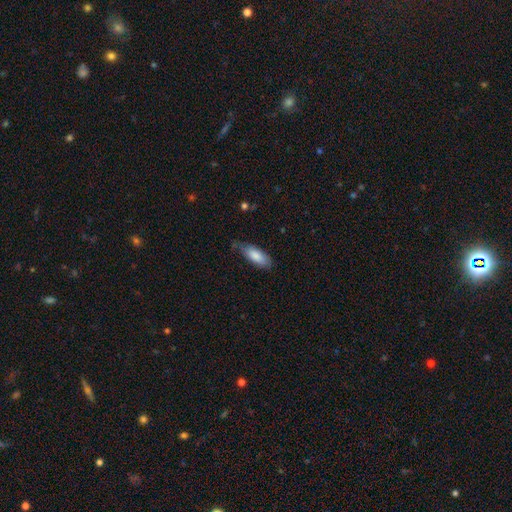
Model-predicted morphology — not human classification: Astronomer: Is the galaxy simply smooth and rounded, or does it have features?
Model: smooth — 81%.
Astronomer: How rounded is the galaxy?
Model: in between — 74%.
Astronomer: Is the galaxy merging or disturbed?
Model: none — 60%.